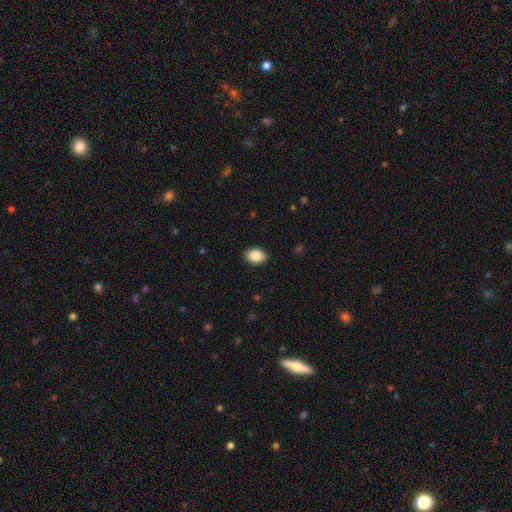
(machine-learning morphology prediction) smooth 88%, star or artifact 7%, featured or disk 5%. Down the decision tree: how rounded — in between (81%); merging — none (89%).